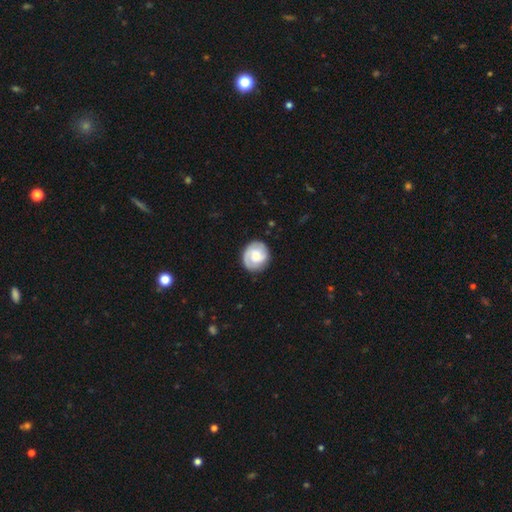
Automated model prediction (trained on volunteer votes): Overall: featured or disk (59%; smooth 36%). Edge-on disk: no (98%). Bar: no (65%; weak 30%). Spiral arms: yes (90%). Spiral arm count: 2 (50%; can't tell 20%). Spiral winding: tight (59%; medium 32%). Bulge size: moderate (47%; small 33%). Merging: none (81%).